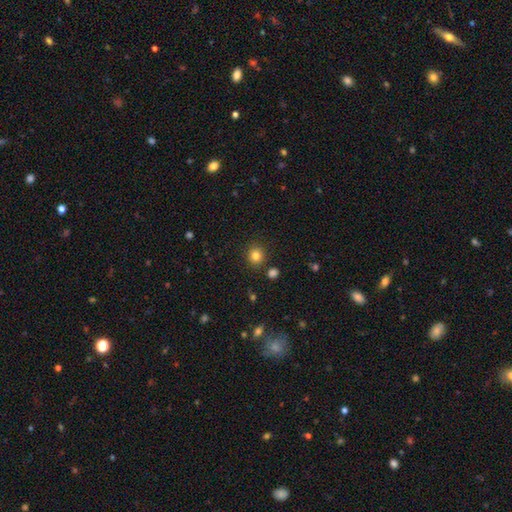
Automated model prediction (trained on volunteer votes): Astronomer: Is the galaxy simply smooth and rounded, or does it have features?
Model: smooth — 82%.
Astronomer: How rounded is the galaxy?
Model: round — 87%.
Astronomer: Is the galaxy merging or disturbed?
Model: none — 86%.